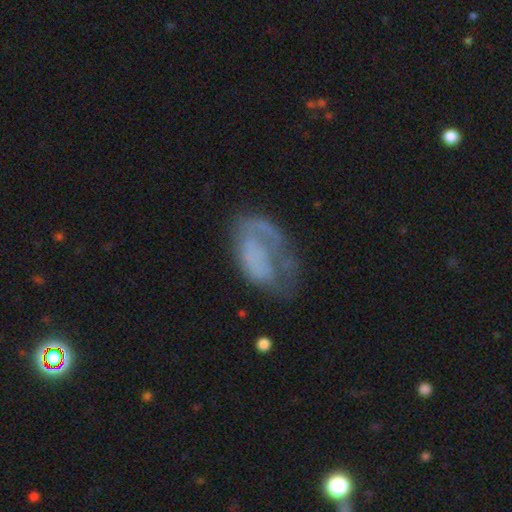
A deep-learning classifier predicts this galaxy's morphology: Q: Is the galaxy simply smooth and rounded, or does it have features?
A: featured or disk — 55%.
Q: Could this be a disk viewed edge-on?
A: no — 97%.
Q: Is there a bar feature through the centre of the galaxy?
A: no — 85%.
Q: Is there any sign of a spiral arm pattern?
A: no — 55%.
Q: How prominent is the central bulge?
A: none — 75%.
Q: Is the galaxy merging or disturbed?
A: major disturbance — 39%.